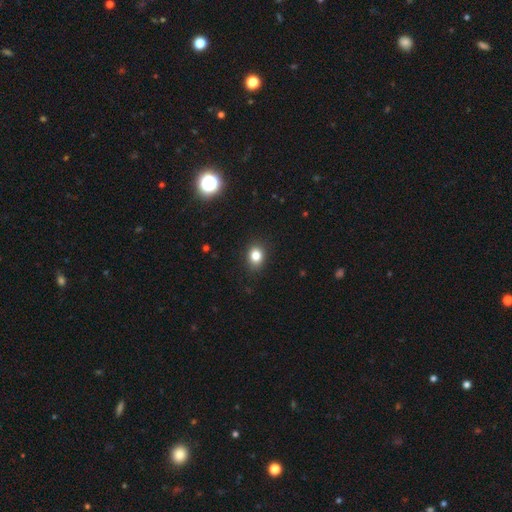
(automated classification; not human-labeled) Smooth or featured: smooth — 82% (star or artifact — 12%)
How rounded: in between — 51% (round — 48%)
Merging: none — 87% (minor disturbance — 9%)